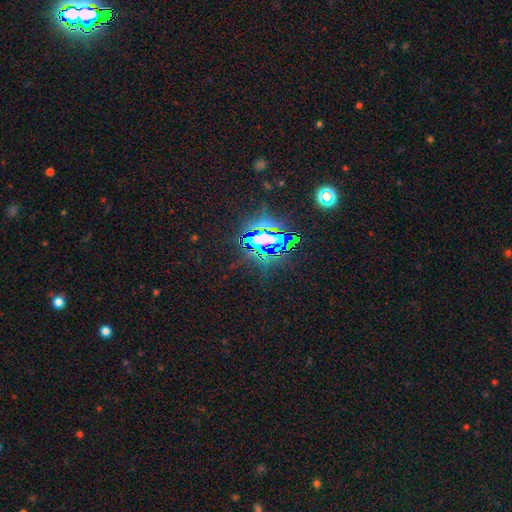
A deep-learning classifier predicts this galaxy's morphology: smooth-or-featured: star or artifact: 78% | smooth: 12% | featured or disk: 10%